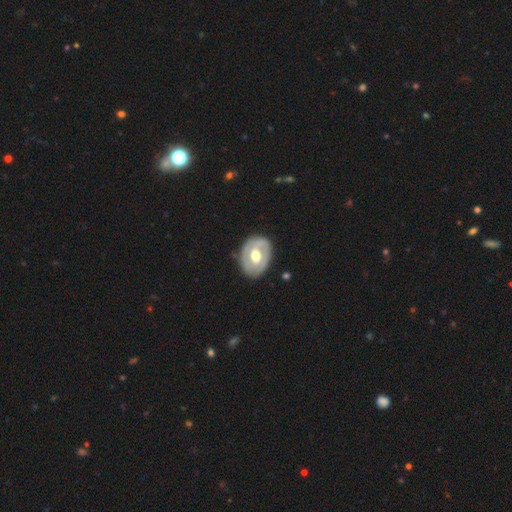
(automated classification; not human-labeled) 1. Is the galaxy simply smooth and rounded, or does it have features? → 67% featured or disk, 29% smooth, 4% star or artifact.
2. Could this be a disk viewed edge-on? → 95% no, 5% yes.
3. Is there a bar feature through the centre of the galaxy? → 57% no, 31% weak, 12% strong.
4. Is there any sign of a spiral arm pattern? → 54% no, 46% yes.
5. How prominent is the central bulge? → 66% moderate, 26% large, 6% small, 1% dominant, 1% none.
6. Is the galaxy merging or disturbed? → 79% none, 15% minor disturbance, 4% major disturbance, 1% merger.